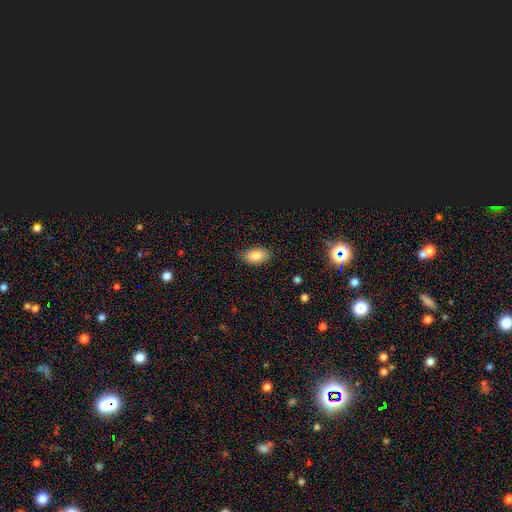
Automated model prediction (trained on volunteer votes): Q: Smooth or featured?
A: smooth (85%); runner-up: star or artifact (9%)
Q: How rounded?
A: in between (93%); runner-up: round (5%)
Q: Merging?
A: none (83%); runner-up: minor disturbance (14%)